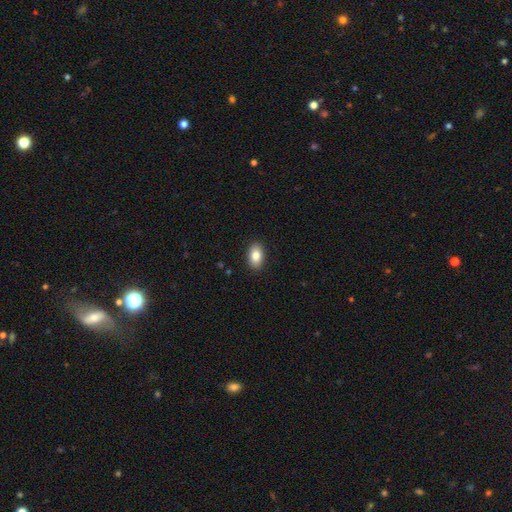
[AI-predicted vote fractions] Morphology: type=smooth (84%); roundness=in between (90%); merging=none (90%).